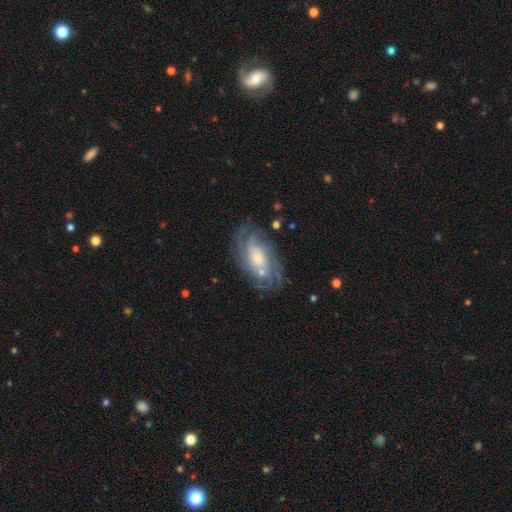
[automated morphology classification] Q: Smooth or featured?
A: featured or disk (73%); runner-up: smooth (17%)
Q: Edge-on disk?
A: no (93%); runner-up: yes (7%)
Q: Bar?
A: no (61%); runner-up: weak (33%)
Q: Spiral arms?
A: yes (88%); runner-up: no (12%)
Q: Spiral winding?
A: tight (55%); runner-up: medium (34%)
Q: Spiral arm count?
A: can't tell (47%); runner-up: 2 (21%)
Q: Bulge size?
A: moderate (50%); runner-up: small (37%)
Q: Merging?
A: none (76%); runner-up: minor disturbance (16%)